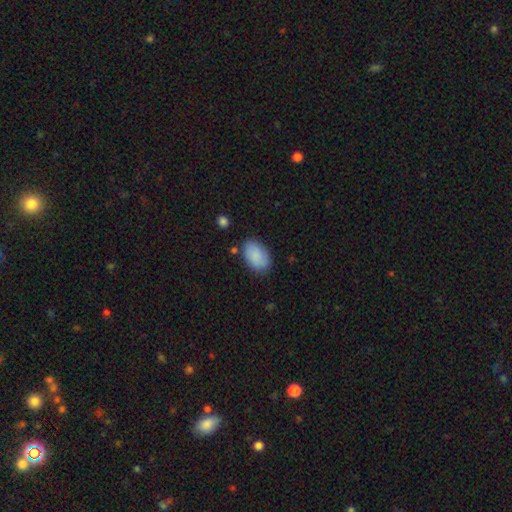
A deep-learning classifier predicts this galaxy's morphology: This appears to be a smooth galaxy with no disk features (87%) that is in between round and cigar-shaped (90%). Merging: none (79%).